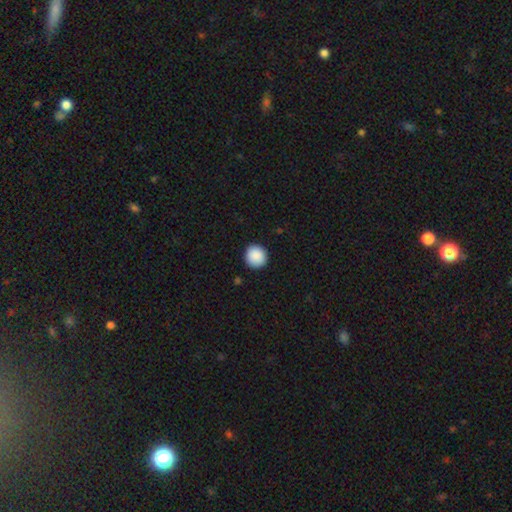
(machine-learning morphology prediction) smooth 90%, star or artifact 8%, featured or disk 3%. Down the decision tree: how rounded — round (94%); merging — none (92%).